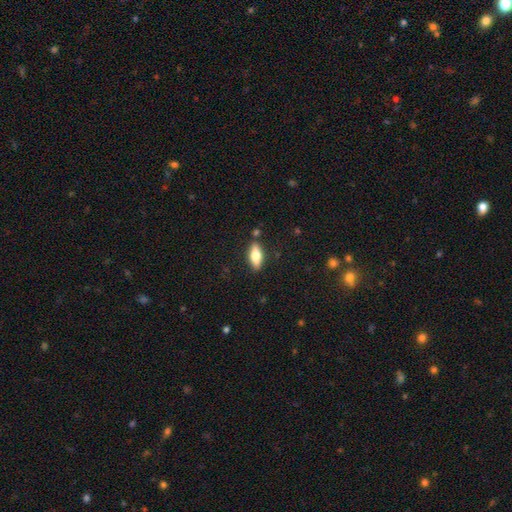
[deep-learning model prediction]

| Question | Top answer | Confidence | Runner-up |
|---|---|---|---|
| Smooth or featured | smooth | 68% | featured or disk (26%) |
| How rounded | in between | 75% | cigar-shaped (22%) |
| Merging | none | 85% | minor disturbance (10%) |